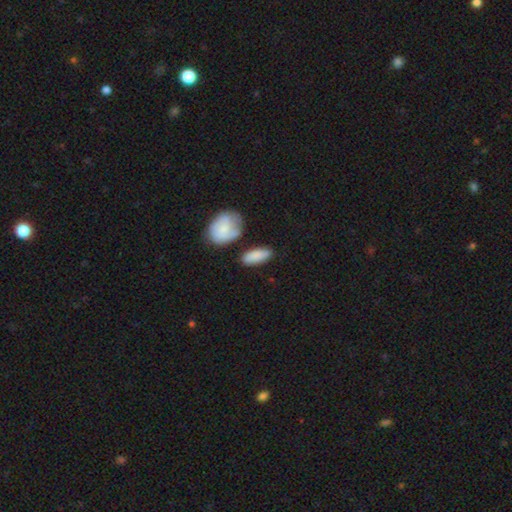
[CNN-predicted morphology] smooth-or-featured: smooth: 81% | featured or disk: 13% | star or artifact: 6%
  how-rounded: in between: 78% | cigar-shaped: 19% | round: 4%
  merging: none: 72% | minor disturbance: 17% | merger: 6% | major disturbance: 5%